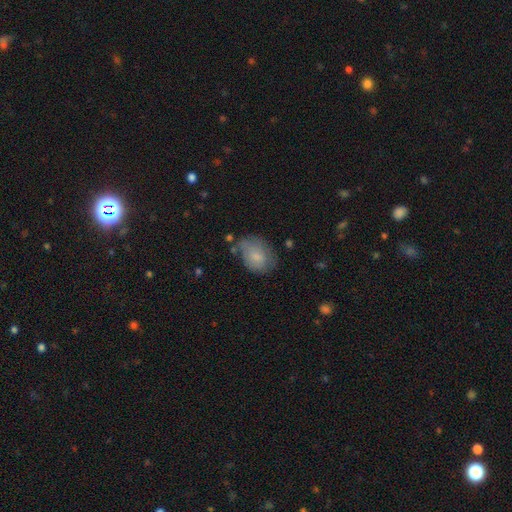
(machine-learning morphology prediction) A smooth galaxy with no disk features (76%) that is in between round and cigar-shaped (74%). Merging: none (57%).